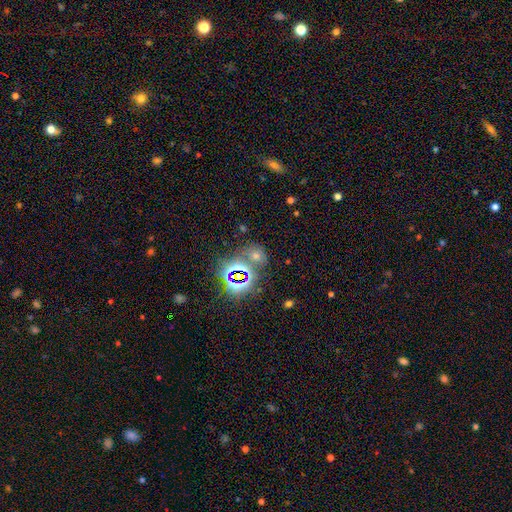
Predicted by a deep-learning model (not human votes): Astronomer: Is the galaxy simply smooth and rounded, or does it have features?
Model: star or artifact — 60%.